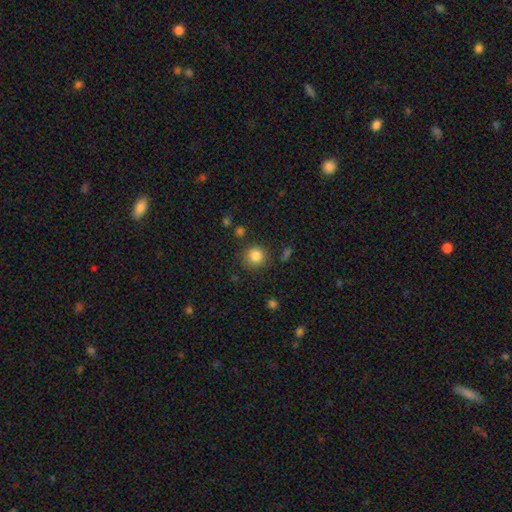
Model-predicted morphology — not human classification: Smooth or featured: smooth — 84% (star or artifact — 10%)
How rounded: round — 91% (in between — 8%)
Merging: none — 83% (minor disturbance — 10%)